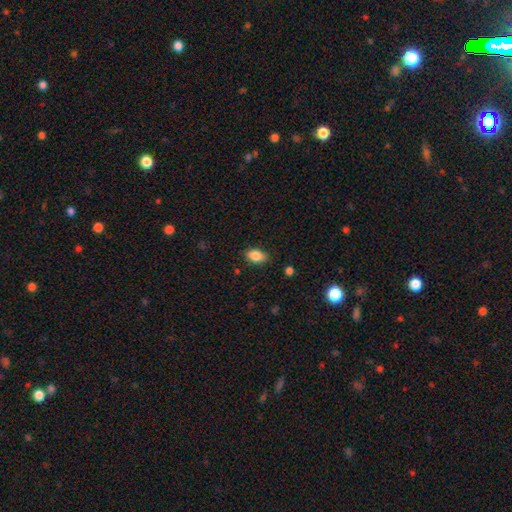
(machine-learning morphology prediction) Smooth or featured?
  - smooth: 85% *
  - star or artifact: 8%
  - featured or disk: 7%
How rounded?
  - in between: 87% *
  - round: 11%
  - cigar-shaped: 2%
Merging?
  - none: 84% *
  - minor disturbance: 12%
  - major disturbance: 2%
  - merger: 1%